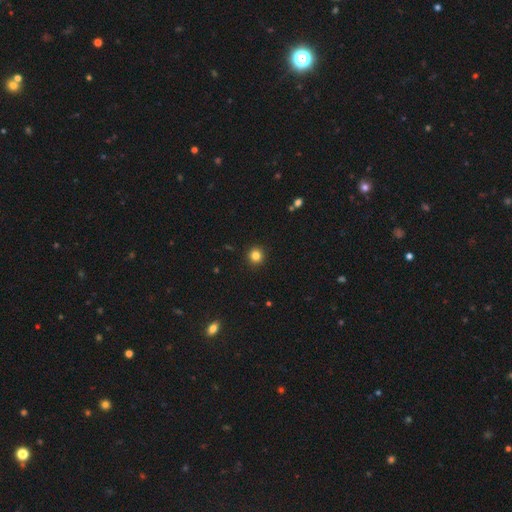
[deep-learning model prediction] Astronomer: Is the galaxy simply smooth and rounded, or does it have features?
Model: smooth — 83%.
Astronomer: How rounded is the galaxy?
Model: round — 94%.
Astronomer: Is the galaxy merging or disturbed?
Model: none — 93%.